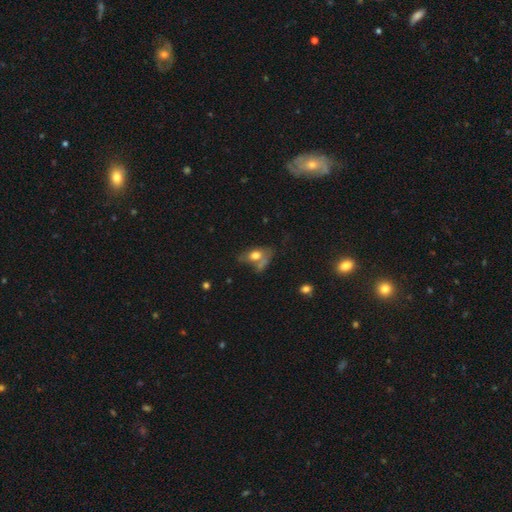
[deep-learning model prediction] A smooth galaxy with no disk features (67%) that is in between round and cigar-shaped (81%).

Vote fractions:
- Smooth or featured? smooth: 67% / featured or disk: 23% / star or artifact: 9%
- How rounded? in between: 81% / round: 13% / cigar-shaped: 6%
- Merging? none: 32% (tied) / merger: 32% (tied) / minor disturbance: 20% / major disturbance: 16%